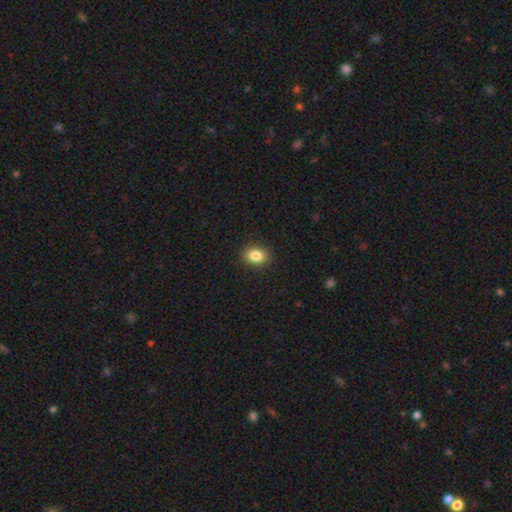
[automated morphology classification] Smooth or featured?
  - smooth: 85% *
  - star or artifact: 10%
  - featured or disk: 5%
How rounded?
  - in between: 58% *
  - round: 41%
  - cigar-shaped: 1%
Merging?
  - none: 90% *
  - minor disturbance: 7%
  - major disturbance: 2%
  - merger: 1%